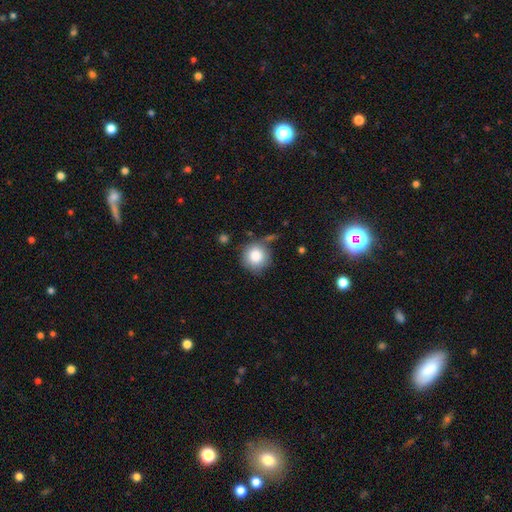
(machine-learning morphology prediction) A smooth galaxy with no disk features (84%) that is round (93%).

Vote fractions:
- Smooth or featured? smooth: 84% / star or artifact: 8% / featured or disk: 8%
- How rounded? round: 93% / in between: 6% / cigar-shaped: 1%
- Merging? none: 68% / minor disturbance: 18% / major disturbance: 7% / merger: 7%